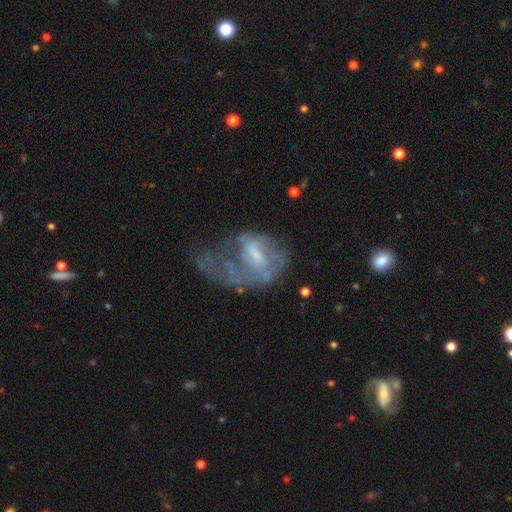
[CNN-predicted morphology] Smooth or featured?
  - featured or disk: 65% *
  - smooth: 25%
  - star or artifact: 10%
Edge-on disk?
  - no: 96% *
  - yes: 4%
Bar?
  - weak: 47% *
  - no: 36%
  - strong: 17%
Spiral arms?
  - yes: 53% *
  - no: 47%
Bulge size?
  - small: 36% *
  - moderate: 32%
  - none: 25%
  - large: 5%
  - dominant: 1%
Merging?
  - major disturbance: 52% *
  - none: 23%
  - minor disturbance: 18%
  - merger: 7%